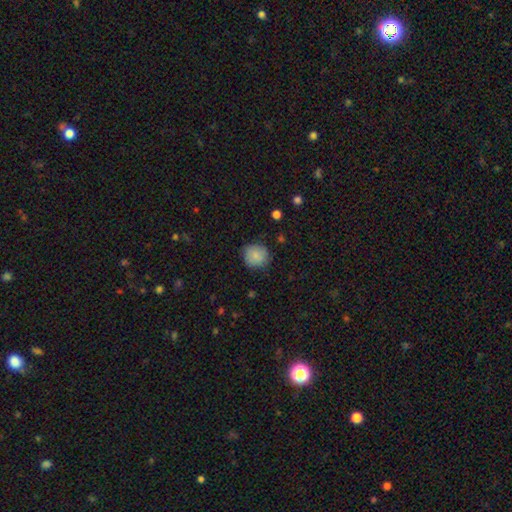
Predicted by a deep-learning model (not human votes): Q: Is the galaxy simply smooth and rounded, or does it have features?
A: smooth — 84%.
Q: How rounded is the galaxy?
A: round — 88%.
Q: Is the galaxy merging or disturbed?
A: none — 79%.